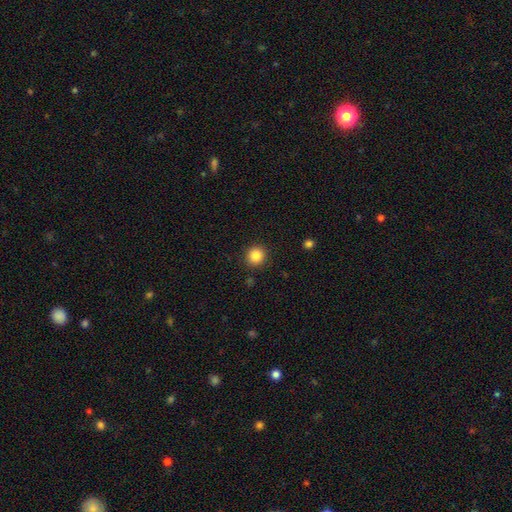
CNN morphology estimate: This is clearly a smooth galaxy (86%). How rounded: clearly round (92%). Merging: clearly none (90%).